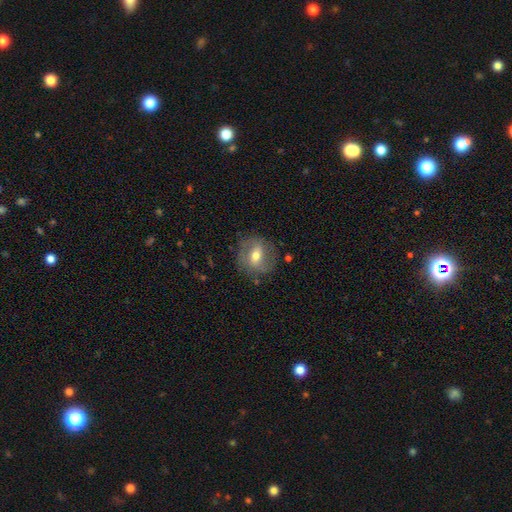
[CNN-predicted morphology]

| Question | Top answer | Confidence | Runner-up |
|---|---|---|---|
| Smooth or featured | featured or disk | 49% | smooth (43%) |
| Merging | none | 78% | minor disturbance (15%) |